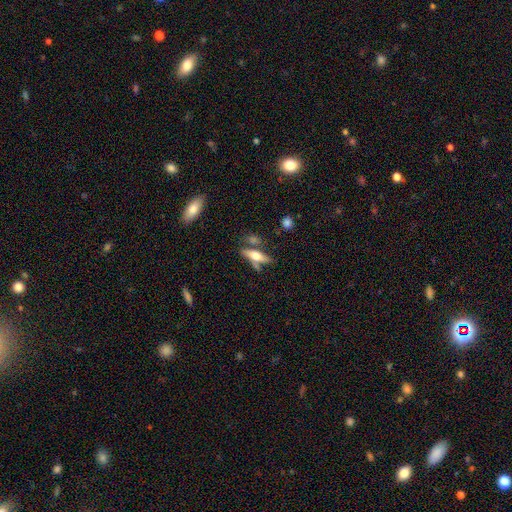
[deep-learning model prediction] This is possibly a featured or disk galaxy (49%). Merging: possibly none (58%).